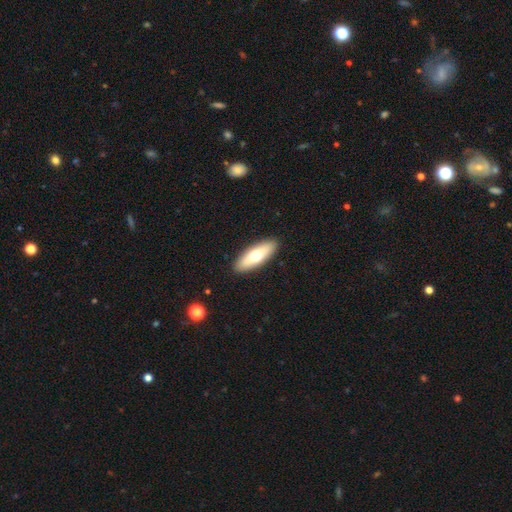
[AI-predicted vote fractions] Q: Smooth or featured?
A: smooth (63%); runner-up: featured or disk (32%)
Q: How rounded?
A: in between (62%); runner-up: cigar-shaped (36%)
Q: Merging?
A: none (91%); runner-up: minor disturbance (7%)